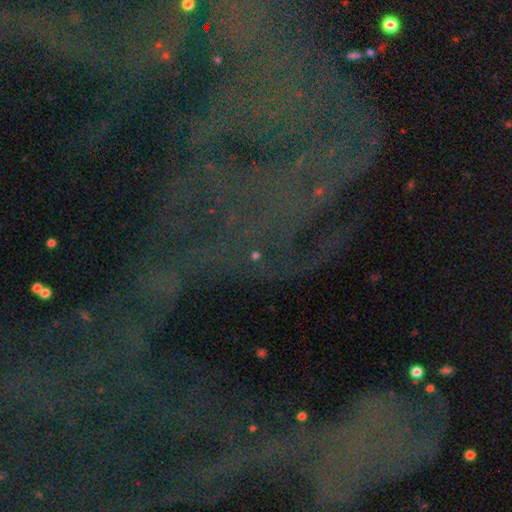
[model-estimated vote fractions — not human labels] Smooth or featured: star or artifact — 76% (smooth — 13%)